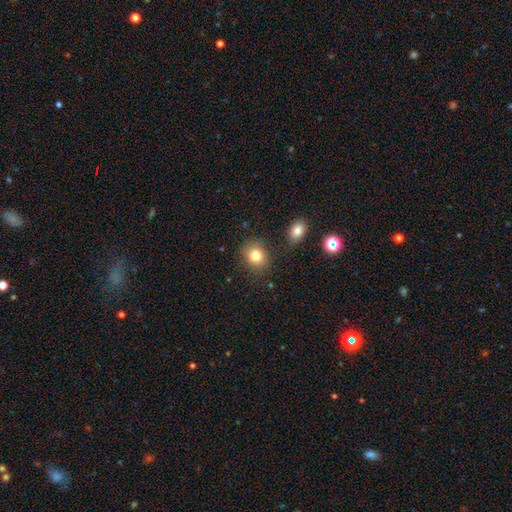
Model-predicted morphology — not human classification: Overall: smooth (83%). How rounded: round (64%; in between 35%). Merging: none (80%).